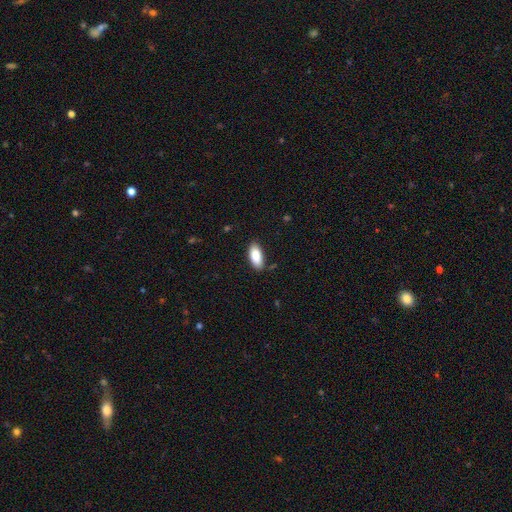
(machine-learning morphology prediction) A smooth galaxy with no disk features (87%) that is in between round and cigar-shaped (87%).

Vote fractions:
- Smooth or featured? smooth: 87% / star or artifact: 7% / featured or disk: 6%
- How rounded? in between: 87% / cigar-shaped: 11% / round: 2%
- Merging? none: 84% / minor disturbance: 13% / major disturbance: 2% / merger: 1%